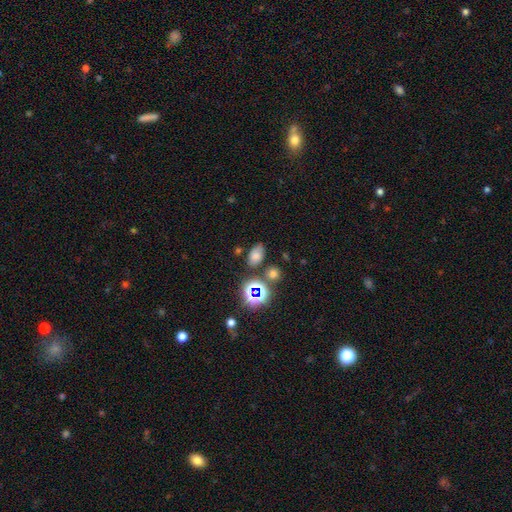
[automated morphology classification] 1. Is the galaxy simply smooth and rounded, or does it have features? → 62% smooth, 24% star or artifact, 14% featured or disk.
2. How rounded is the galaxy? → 85% in between, 13% round, 2% cigar-shaped.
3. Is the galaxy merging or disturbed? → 68% none, 18% minor disturbance, 8% merger, 6% major disturbance.